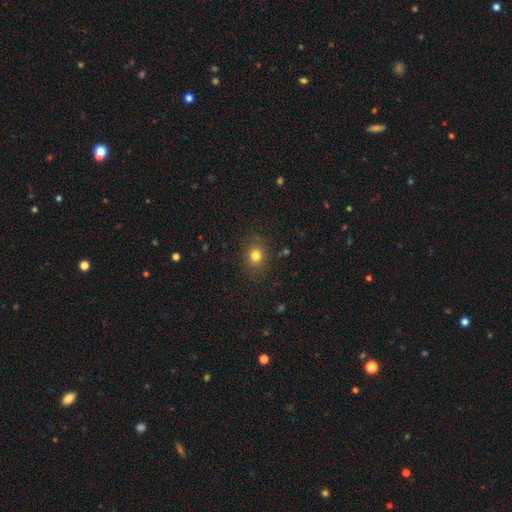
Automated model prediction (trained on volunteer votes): Smooth or featured: smooth — 79% (star or artifact — 13%)
How rounded: round — 62% (in between — 37%)
Merging: none — 86% (minor disturbance — 9%)